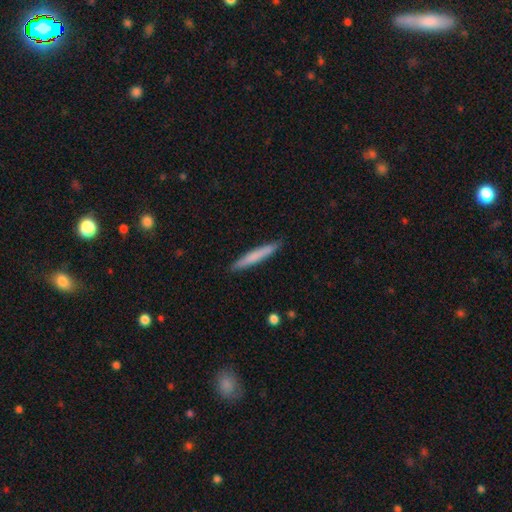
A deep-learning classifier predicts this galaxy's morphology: A smooth galaxy with no disk features (71%) that is cigar-shaped (96%). Merging: none (90%).